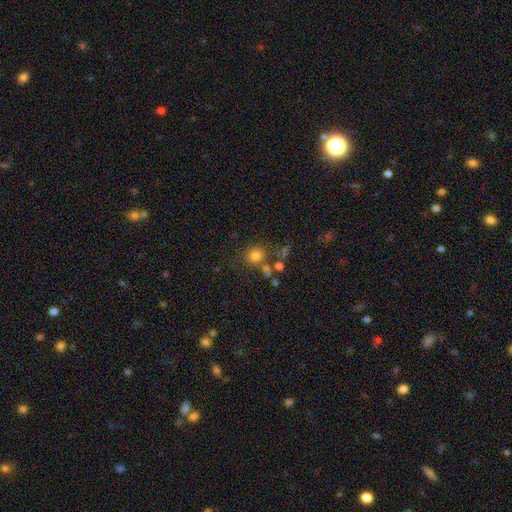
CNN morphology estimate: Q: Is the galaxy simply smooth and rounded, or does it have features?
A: smooth — 76%.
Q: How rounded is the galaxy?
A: round — 84%.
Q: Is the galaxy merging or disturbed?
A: none — 69%.